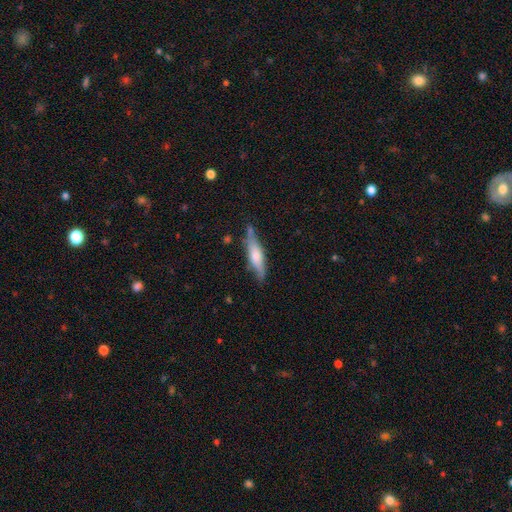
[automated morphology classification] A featured or disk galaxy (47%, tied with smooth).

Vote fractions:
- Smooth or featured? featured or disk: 47% (tied) / smooth: 47% (tied) / star or artifact: 6%
- Merging? none: 74% / minor disturbance: 19% / major disturbance: 4% / merger: 3%